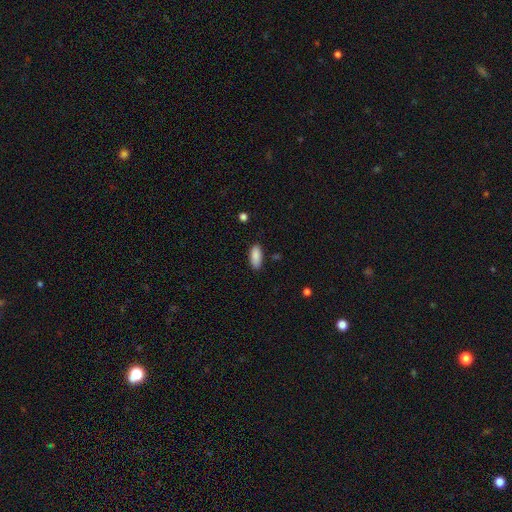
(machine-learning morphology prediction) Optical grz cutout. It shows a smooth galaxy with no disk features (89%) that is in between round and cigar-shaped (84%). Merging: none (84%).